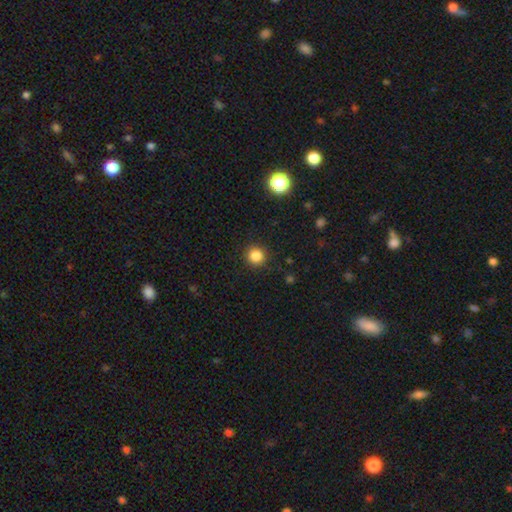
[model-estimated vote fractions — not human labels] A smooth galaxy with no disk features (84%) that is round (94%). Merging: none (91%).